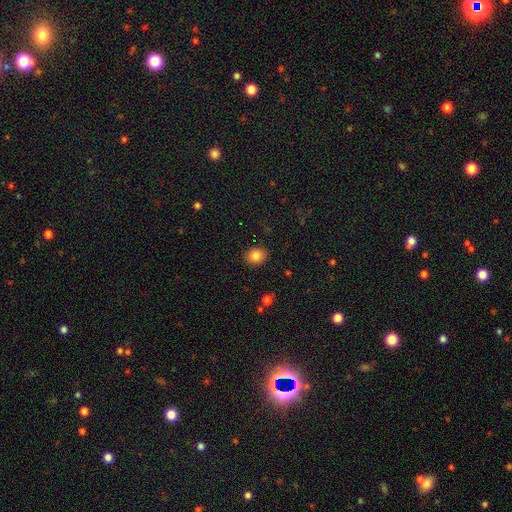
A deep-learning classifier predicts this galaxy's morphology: This appears to be a smooth galaxy with no disk features (83%) that is round (60%). Merging: none (89%).